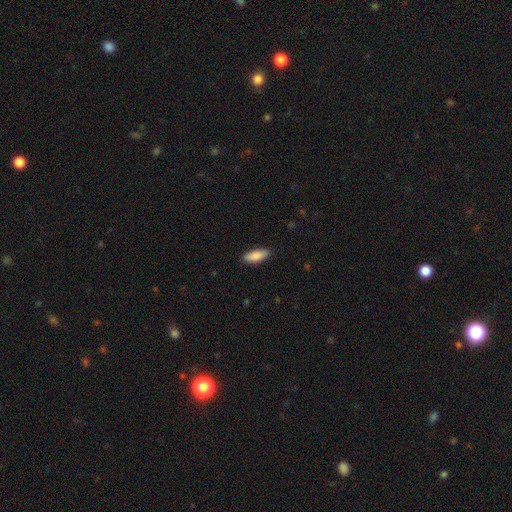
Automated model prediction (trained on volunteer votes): A smooth galaxy with no disk features (87%) that is in between round and cigar-shaped (72%).

Vote fractions:
- Smooth or featured? smooth: 87% / featured or disk: 7% / star or artifact: 6%
- How rounded? in between: 72% / cigar-shaped: 26% / round: 2%
- Merging? none: 87% / minor disturbance: 11% / major disturbance: 2% / merger: 1%